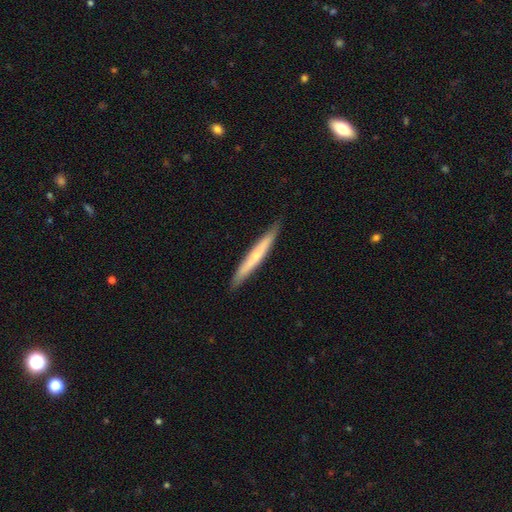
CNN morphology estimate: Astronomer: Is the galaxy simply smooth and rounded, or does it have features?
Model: featured or disk — 49% (runner-up: smooth, 46%).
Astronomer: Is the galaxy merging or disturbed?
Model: none — 88%.